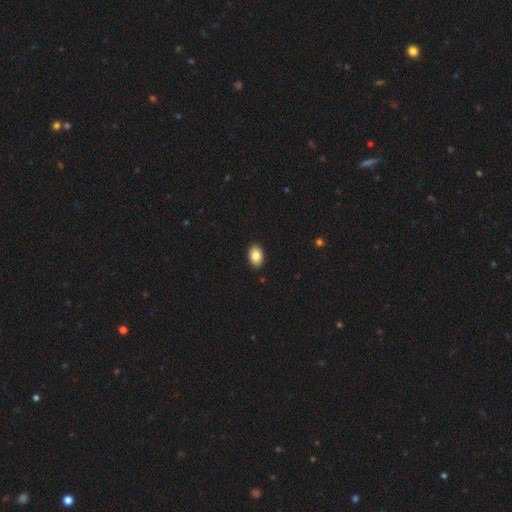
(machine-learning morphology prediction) Q: Smooth or featured?
A: smooth (86%); runner-up: star or artifact (7%)
Q: How rounded?
A: in between (87%); runner-up: round (12%)
Q: Merging?
A: none (91%); runner-up: minor disturbance (6%)